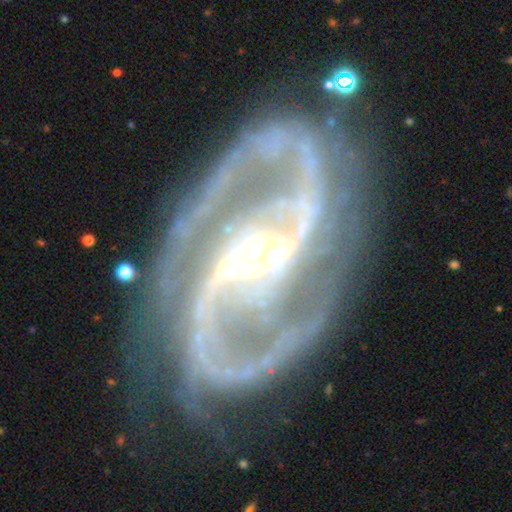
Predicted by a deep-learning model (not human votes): Q: Smooth or featured?
A: featured or disk (94%); runner-up: star or artifact (4%)
Q: Edge-on disk?
A: no (97%); runner-up: yes (3%)
Q: Bar?
A: strong (54%); runner-up: weak (30%)
Q: Spiral arms?
A: yes (99%); runner-up: no (1%)
Q: Spiral winding?
A: medium (62%); runner-up: tight (23%)
Q: Spiral arm count?
A: 2 (91%); runner-up: 3 (3%)
Q: Bulge size?
A: small (65%); runner-up: moderate (30%)
Q: Merging?
A: none (76%); runner-up: minor disturbance (15%)